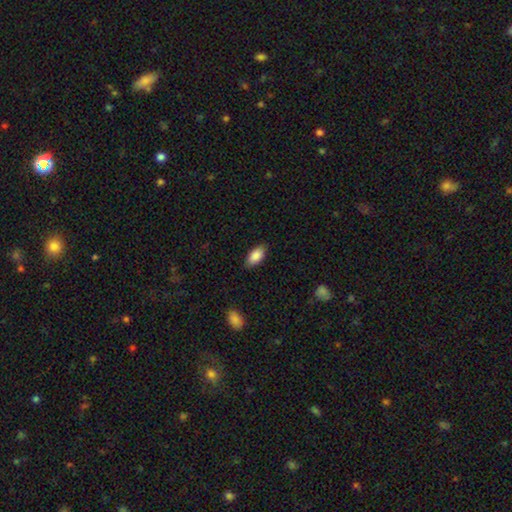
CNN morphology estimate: Smooth or featured?
  - smooth: 87% *
  - star or artifact: 7%
  - featured or disk: 6%
How rounded?
  - in between: 92% *
  - cigar-shaped: 6%
  - round: 3%
Merging?
  - none: 85% *
  - minor disturbance: 12%
  - major disturbance: 2%
  - merger: 1%